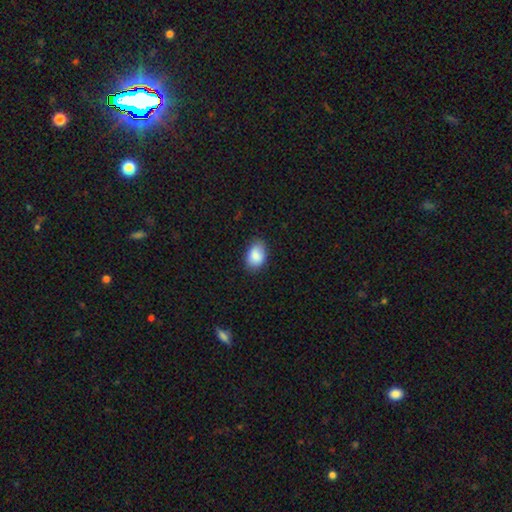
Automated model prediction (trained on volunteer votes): Morphology: type=smooth (87%); roundness=in between (85%); merging=none (79%).